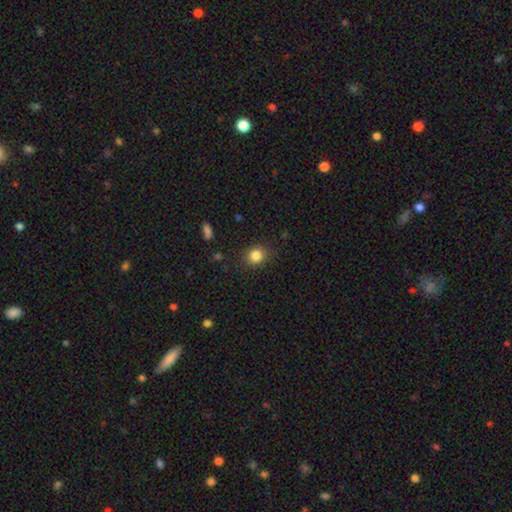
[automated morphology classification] Smooth or featured?
  - smooth: 84% *
  - star or artifact: 11%
  - featured or disk: 5%
How rounded?
  - round: 77% *
  - in between: 22%
  - cigar-shaped: 1%
Merging?
  - none: 87% *
  - minor disturbance: 9%
  - major disturbance: 3%
  - merger: 1%